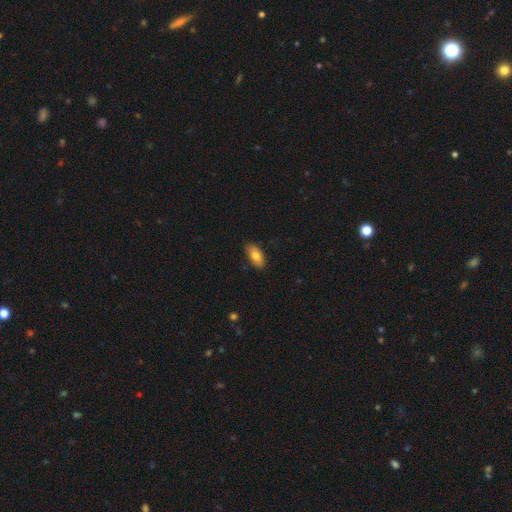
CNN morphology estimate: This appears to be a smooth galaxy with no disk features (79%) that is in between round and cigar-shaped (91%). Merging: none (85%).